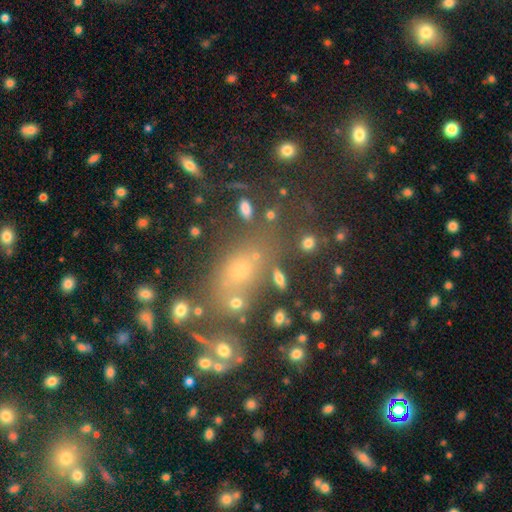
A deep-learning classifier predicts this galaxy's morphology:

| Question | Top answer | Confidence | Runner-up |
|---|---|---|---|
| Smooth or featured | smooth | 51% | star or artifact (32%) |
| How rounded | in between | 61% | round (27%) |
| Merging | none | 62% | minor disturbance (16%) |